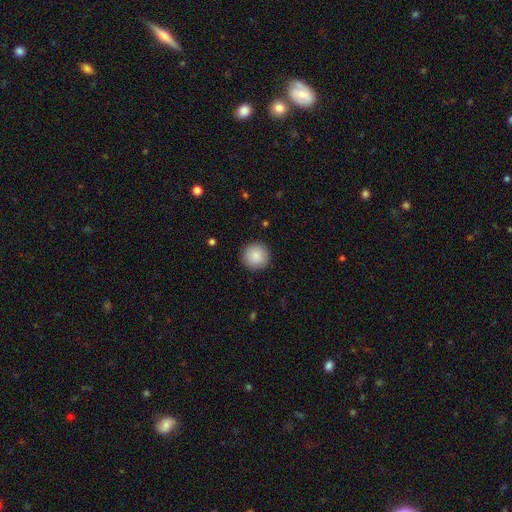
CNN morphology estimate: The model was most divided on "smooth or featured": smooth: 89%, star or artifact: 7%, featured or disk: 4%. More confident: how rounded — round (96%); merging — none (92%).